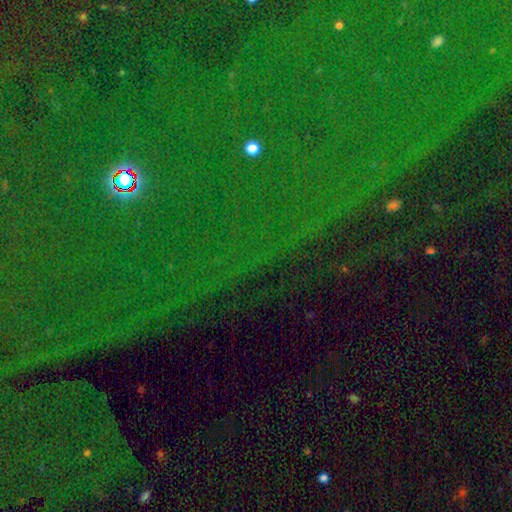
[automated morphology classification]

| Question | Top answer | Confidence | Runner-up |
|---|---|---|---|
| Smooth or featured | star or artifact | 85% | smooth (8%) |